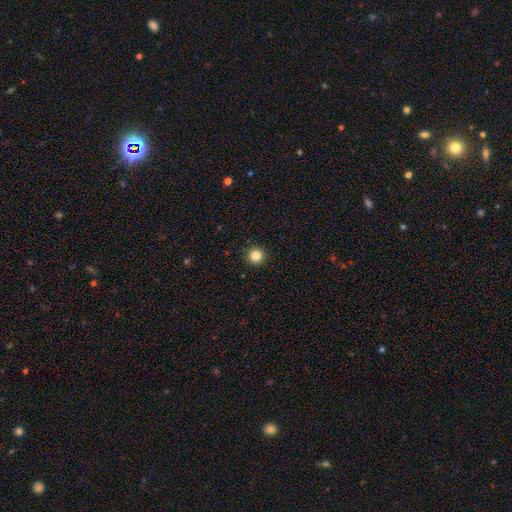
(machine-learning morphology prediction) Smooth or featured: smooth — 84% (star or artifact — 12%)
How rounded: round — 96% (in between — 3%)
Merging: none — 94% (minor disturbance — 4%)